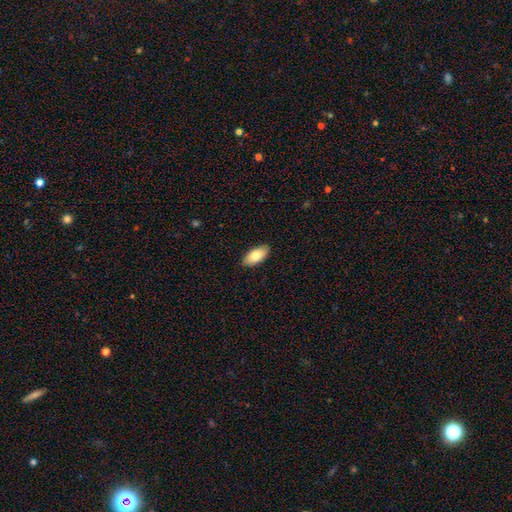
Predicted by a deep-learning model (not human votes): Smooth or featured?
  - smooth: 78% *
  - featured or disk: 15%
  - star or artifact: 6%
How rounded?
  - in between: 92% *
  - cigar-shaped: 6%
  - round: 2%
Merging?
  - none: 89% *
  - minor disturbance: 9%
  - major disturbance: 2%
  - merger: 1%